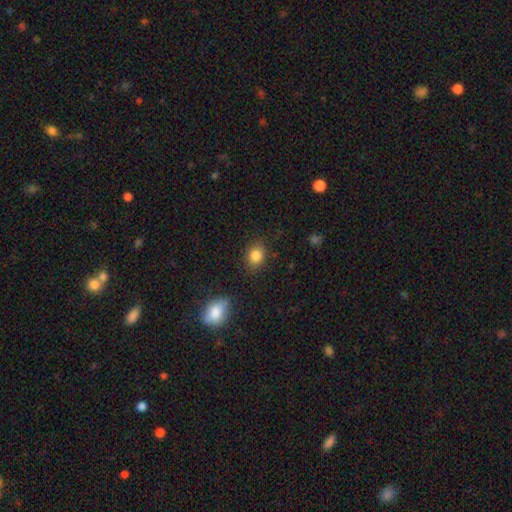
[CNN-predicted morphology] A smooth galaxy with no disk features (84%) that is round (57%).

Vote fractions:
- Smooth or featured? smooth: 84% / star or artifact: 10% / featured or disk: 5%
- How rounded? round: 57% / in between: 41% / cigar-shaped: 1%
- Merging? none: 84% / minor disturbance: 11% / major disturbance: 3% / merger: 2%